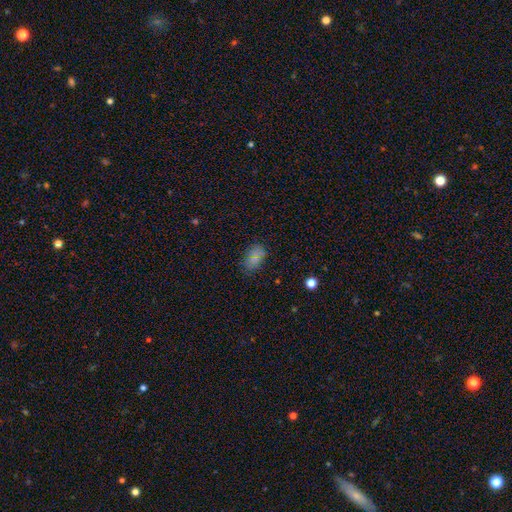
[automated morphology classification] Smooth or featured? Predicted: smooth (p=0.72). How rounded? Predicted: in between (p=0.88). Merging? Predicted: none (p=0.78).